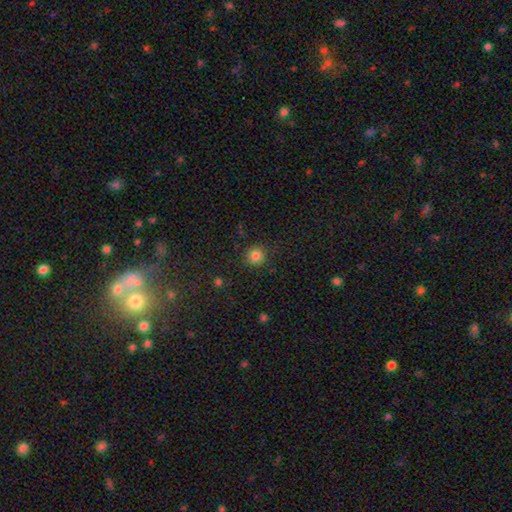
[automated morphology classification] A smooth galaxy with no disk features (83%) that is round (93%).

Vote fractions:
- Smooth or featured? smooth: 83% / star or artifact: 12% / featured or disk: 5%
- How rounded? round: 93% / in between: 6% / cigar-shaped: 1%
- Merging? none: 88% / minor disturbance: 8% / major disturbance: 3% / merger: 1%